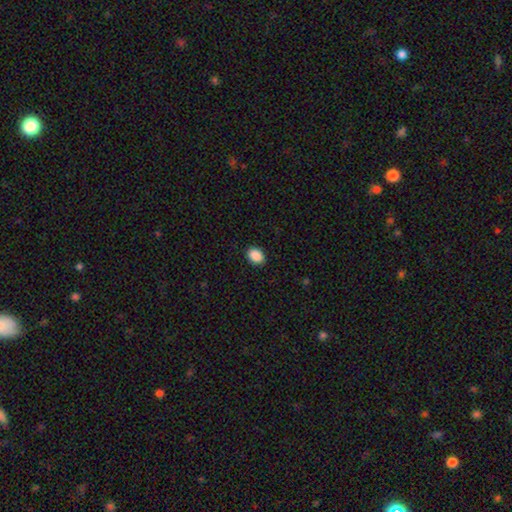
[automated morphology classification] Smooth or featured? Predicted: smooth (p=0.90). How rounded? Predicted: in between (p=0.71). Merging? Predicted: none (p=0.91).